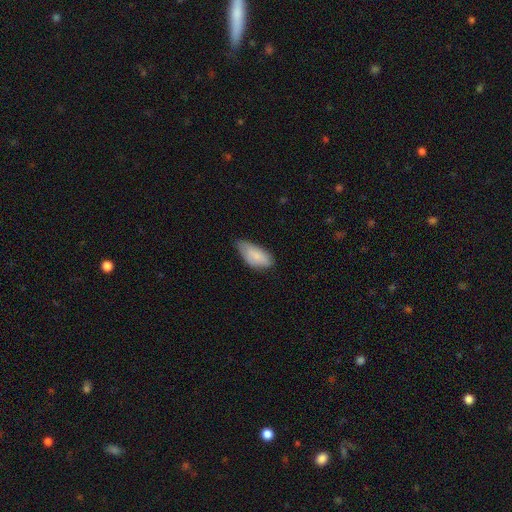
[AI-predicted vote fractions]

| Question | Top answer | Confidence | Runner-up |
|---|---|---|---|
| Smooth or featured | smooth | 81% | featured or disk (13%) |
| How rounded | in between | 91% | cigar-shaped (7%) |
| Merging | none | 48% | minor disturbance (43%) |